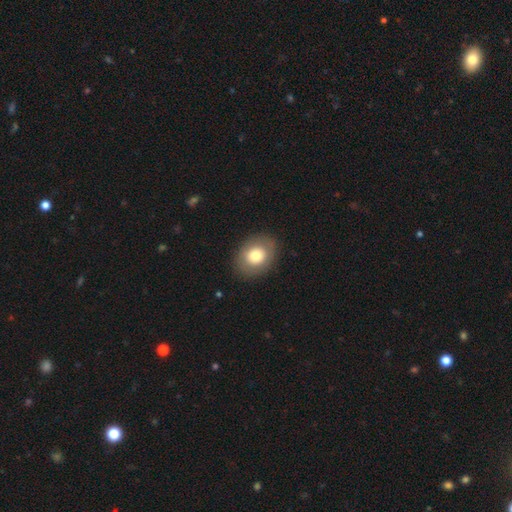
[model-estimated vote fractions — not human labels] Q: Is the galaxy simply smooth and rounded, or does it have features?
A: smooth — 74%.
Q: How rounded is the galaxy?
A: in between — 58%.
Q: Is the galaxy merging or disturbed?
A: none — 87%.